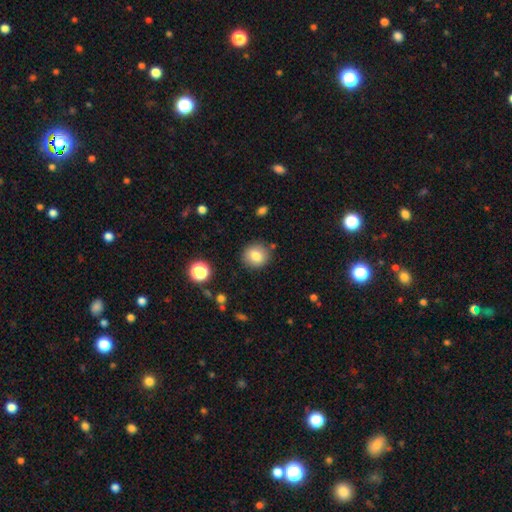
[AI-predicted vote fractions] smooth-or-featured: smooth: 80% | star or artifact: 10% | featured or disk: 9%
  how-rounded: round: 84% | in between: 16% | cigar-shaped: 1%
  merging: none: 86% | minor disturbance: 9% | major disturbance: 3% | merger: 3%